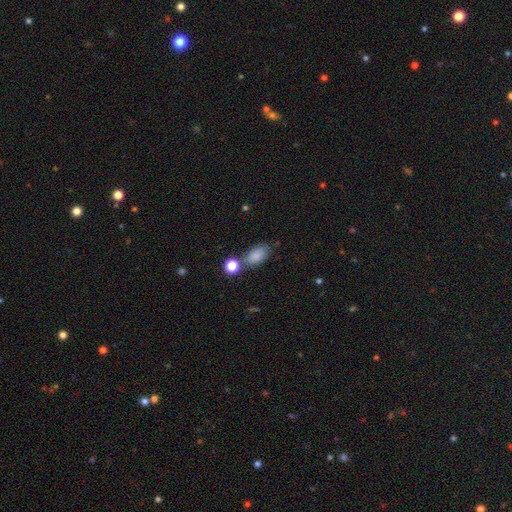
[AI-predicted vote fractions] smooth 84%, star or artifact 10%, featured or disk 6%. Down the decision tree: how rounded — in between (88%); merging — none (59%).